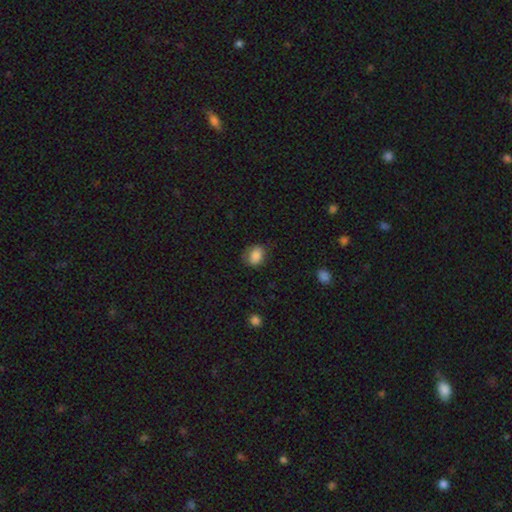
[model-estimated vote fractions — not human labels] Smooth or featured? smooth (86%)
How rounded? in between (57%)
Merging? none (70%)